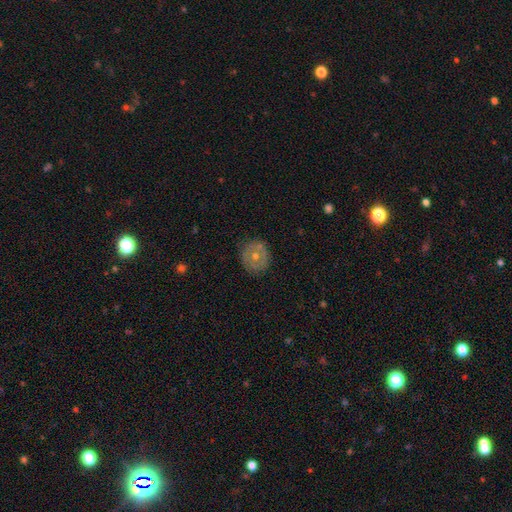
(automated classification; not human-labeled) featured or disk 53%, smooth 40%, star or artifact 7%. Down the decision tree: edge-on disk — no (96%); bar — no (84%); spiral arms — no (73%); bulge size — moderate (74%); merging — none (82%).